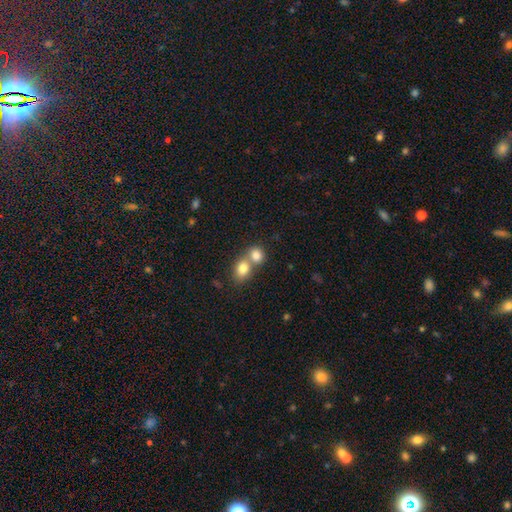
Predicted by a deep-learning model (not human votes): Overall: smooth (82%). How rounded: round (61%; in between 38%). Merging: merger (60%; none 32%).